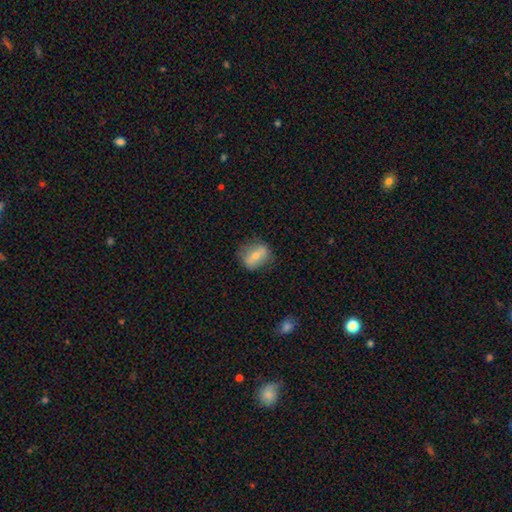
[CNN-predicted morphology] smooth 57%, featured or disk 35%, star or artifact 8%. Down the decision tree: how rounded — in between (55%); merging — none (71%).